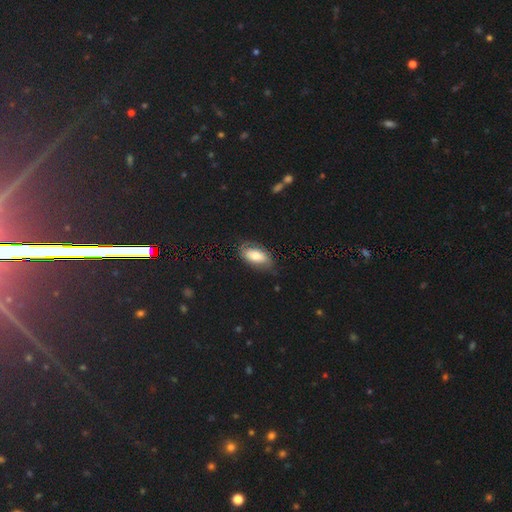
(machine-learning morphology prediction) Overall: smooth (65%; featured or disk 27%). How rounded: in between (91%). Merging: none (65%; minor disturbance 25%).